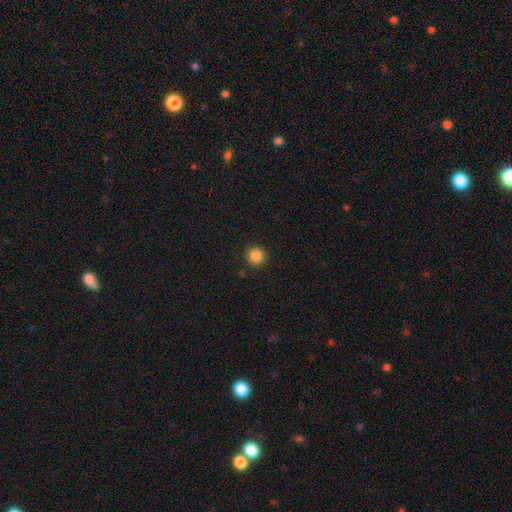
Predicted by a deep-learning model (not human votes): The model was most divided on "smooth or featured": smooth: 86%, star or artifact: 11%, featured or disk: 3%. More confident: how rounded — round (94%); merging — none (91%).